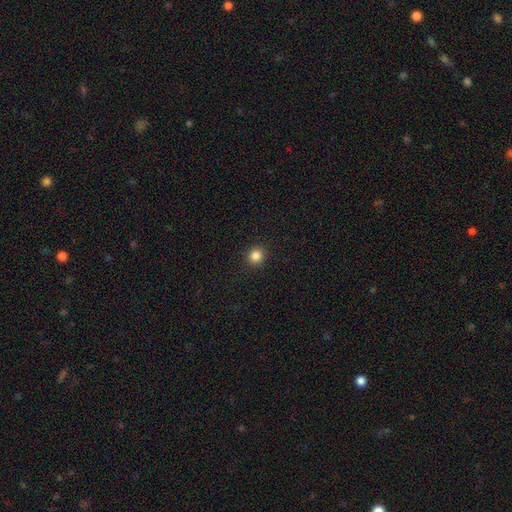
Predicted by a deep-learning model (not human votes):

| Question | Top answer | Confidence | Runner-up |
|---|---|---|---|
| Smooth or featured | smooth | 85% | star or artifact (12%) |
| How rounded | round | 92% | in between (7%) |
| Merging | none | 92% | minor disturbance (5%) |